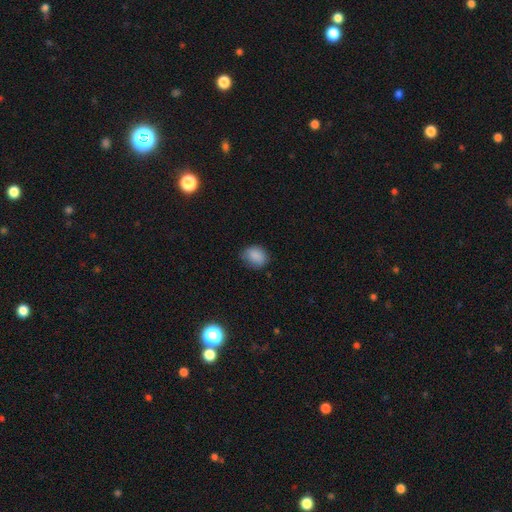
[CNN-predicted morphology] This is clearly a smooth galaxy (86%). How rounded: possibly in between (51%). Merging: likely none (71%).